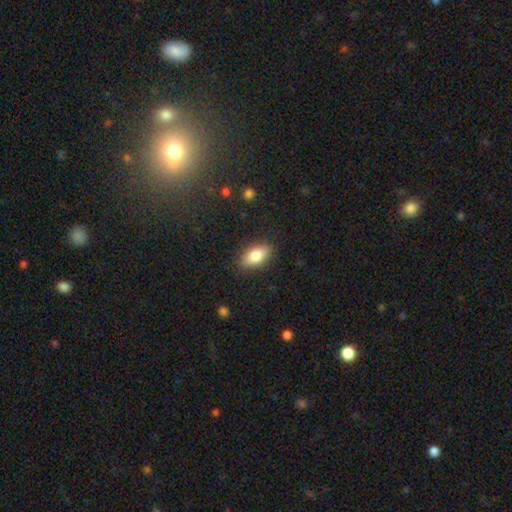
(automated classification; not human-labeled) Smooth or featured?
  - smooth: 82% *
  - featured or disk: 11%
  - star or artifact: 7%
How rounded?
  - in between: 89% *
  - cigar-shaped: 6%
  - round: 5%
Merging?
  - none: 86% *
  - minor disturbance: 10%
  - major disturbance: 3%
  - merger: 1%